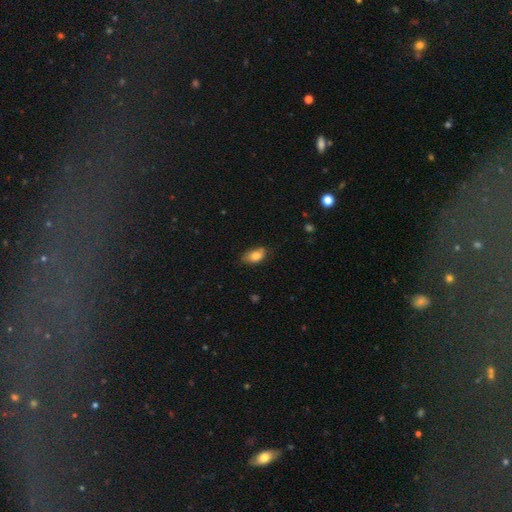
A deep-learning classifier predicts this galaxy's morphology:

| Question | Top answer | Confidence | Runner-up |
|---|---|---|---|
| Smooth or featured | smooth | 81% | featured or disk (12%) |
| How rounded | in between | 88% | round (9%) |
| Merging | none | 65% | minor disturbance (28%) |